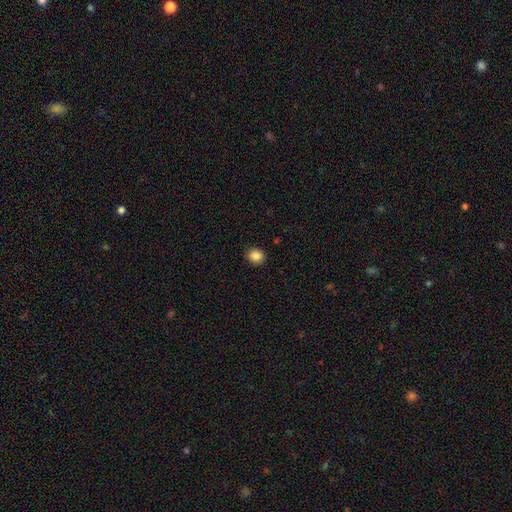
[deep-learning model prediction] Smooth or featured: smooth — 86% (star or artifact — 10%)
How rounded: round — 83% (in between — 16%)
Merging: none — 89% (minor disturbance — 8%)